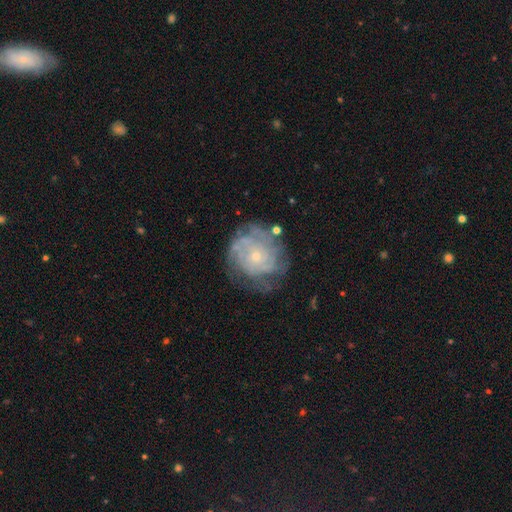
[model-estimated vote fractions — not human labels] Smooth or featured? Predicted: featured or disk (p=0.76). Edge-on disk? Predicted: no (p=0.97). Bar? Predicted: no (p=0.84). Spiral arms? Predicted: yes (p=0.86). Spiral winding? Predicted: tight (p=0.71). Spiral arm count? Predicted: can't tell (p=0.47). Bulge size? Predicted: small (p=0.79). Merging? Predicted: none (p=0.66).